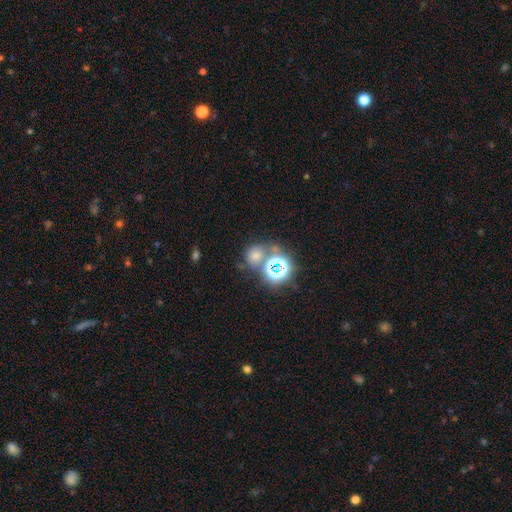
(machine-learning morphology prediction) Smooth or featured? star or artifact (47%)